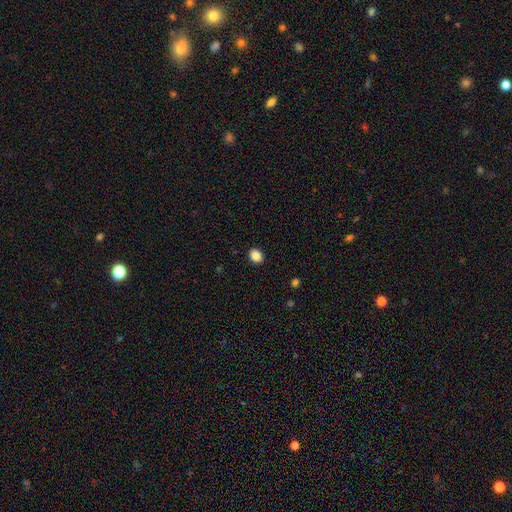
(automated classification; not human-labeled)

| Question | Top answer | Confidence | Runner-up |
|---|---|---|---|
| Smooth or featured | smooth | 87% | star or artifact (9%) |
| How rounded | round | 51% | in between (48%) |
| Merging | none | 91% | minor disturbance (6%) |